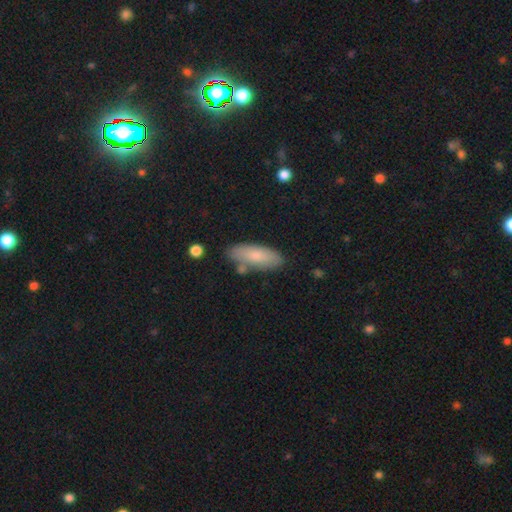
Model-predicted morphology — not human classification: smooth_or_featured: smooth (p=0.77) [alt: featured or disk p=0.16]
how_rounded: in between (p=0.70) [alt: cigar-shaped p=0.28]
merging: none (p=0.76) [alt: minor disturbance p=0.15]